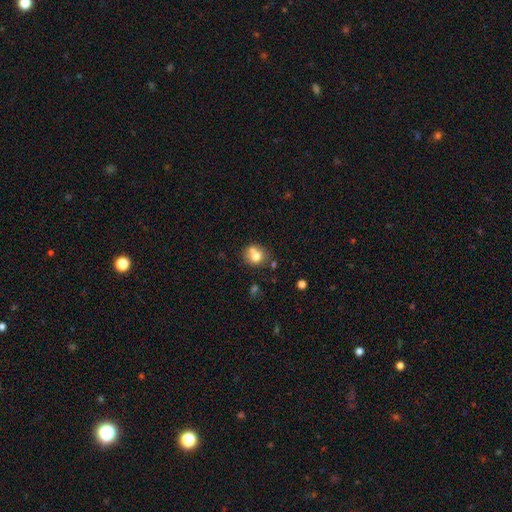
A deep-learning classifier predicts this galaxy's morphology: A smooth galaxy with no disk features (72%) that is round (74%).

Vote fractions:
- Smooth or featured? smooth: 72% / featured or disk: 17% / star or artifact: 11%
- How rounded? round: 74% / in between: 25% / cigar-shaped: 1%
- Merging? none: 47% / merger: 36% / minor disturbance: 12% / major disturbance: 4%